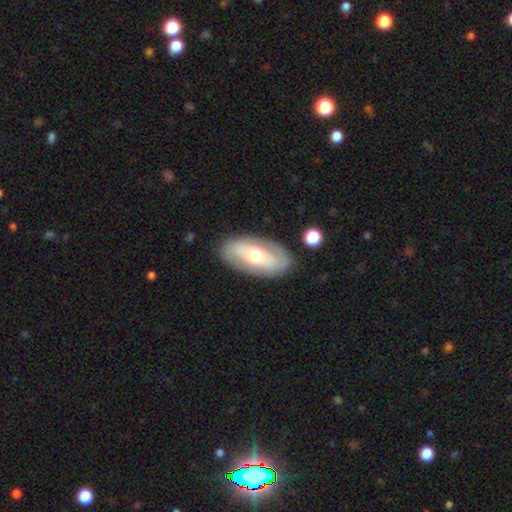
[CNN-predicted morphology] A featured or disk galaxy (50%). Merging: none (83%).